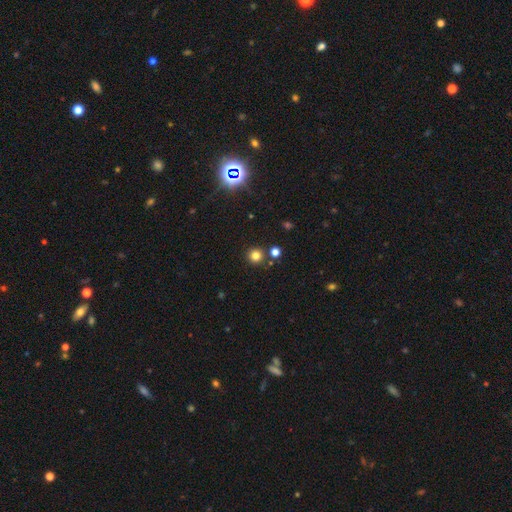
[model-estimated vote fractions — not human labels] A smooth galaxy with no disk features (79%) that is round (94%). Merging: none (85%).